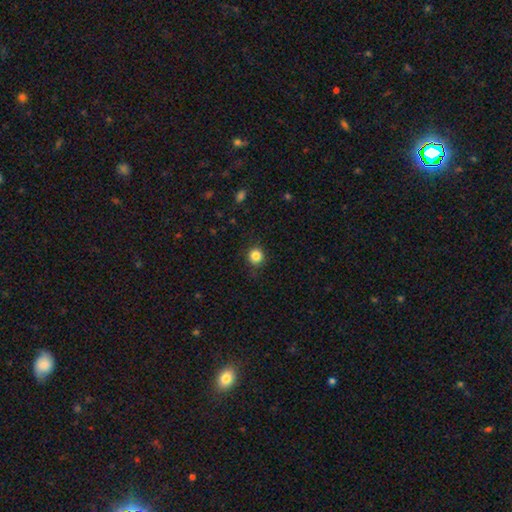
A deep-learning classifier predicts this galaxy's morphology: A smooth galaxy with no disk features (85%) that is round (91%). Merging: none (87%).